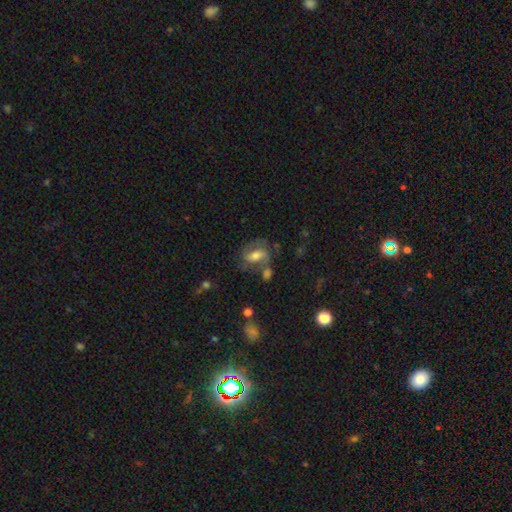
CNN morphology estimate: Smooth or featured? featured or disk (59%)
Edge-on disk? no (95%)
Bar? weak (42%)
Spiral arms? yes (82%)
Bulge size? moderate (60%)
Merging? none (52%)